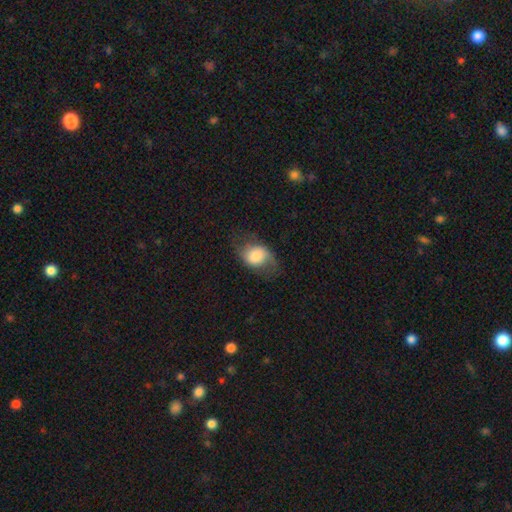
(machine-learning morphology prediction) Smooth or featured?
  - smooth: 54% *
  - featured or disk: 38%
  - star or artifact: 8%
How rounded?
  - in between: 61% *
  - round: 38%
  - cigar-shaped: 1%
Merging?
  - none: 59% *
  - minor disturbance: 23%
  - major disturbance: 16%
  - merger: 1%